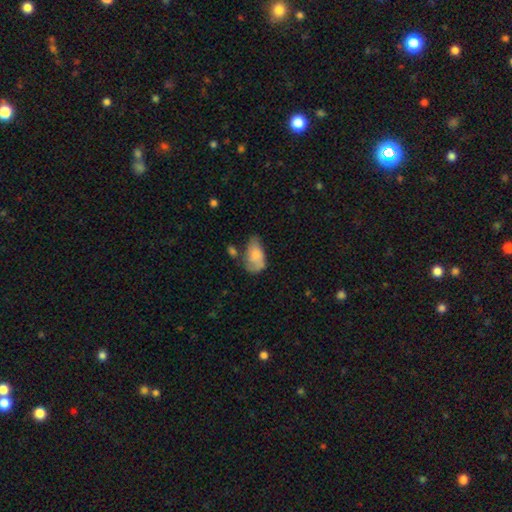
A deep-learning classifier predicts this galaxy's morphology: Q: Smooth or featured?
A: smooth (67%); runner-up: featured or disk (26%)
Q: How rounded?
A: in between (91%); runner-up: round (7%)
Q: Merging?
A: none (37%); runner-up: minor disturbance (34%)